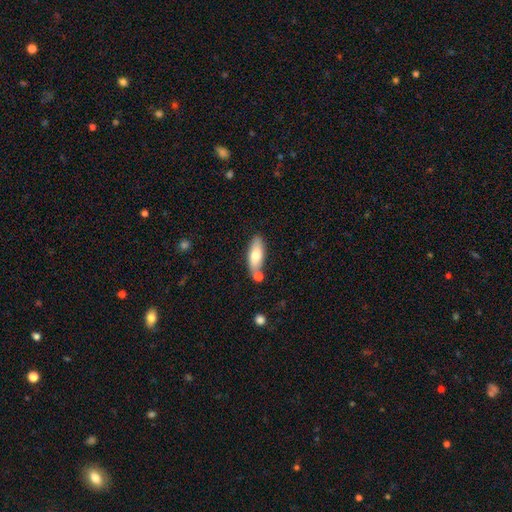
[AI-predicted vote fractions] smooth-or-featured: smooth: 71% | featured or disk: 23% | star or artifact: 6%
  how-rounded: in between: 70% | cigar-shaped: 27% | round: 2%
  merging: none: 69% | minor disturbance: 14% | merger: 14% | major disturbance: 3%